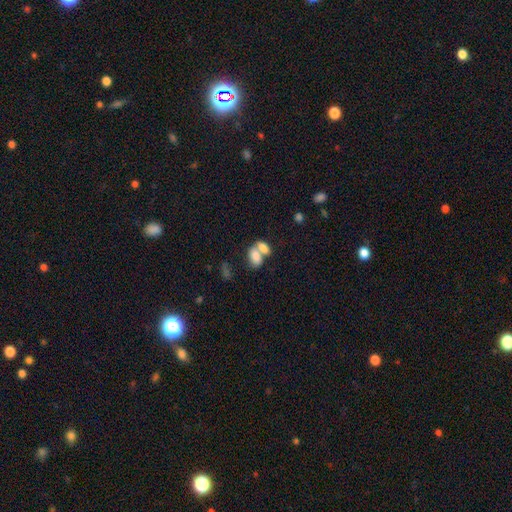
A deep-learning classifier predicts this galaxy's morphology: Smooth or featured? Predicted: smooth (p=0.78). How rounded? Predicted: in between (p=0.88). Merging? Predicted: merger (p=0.66).